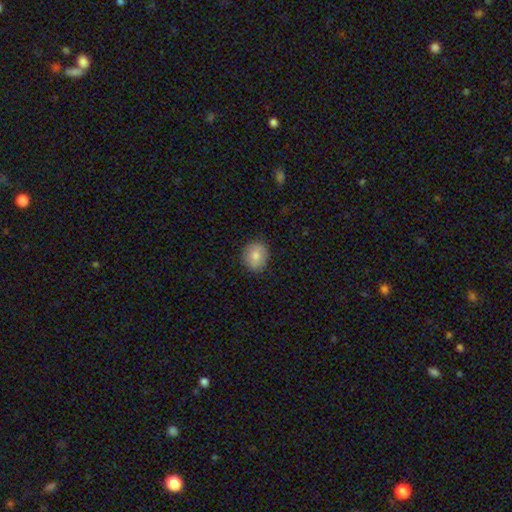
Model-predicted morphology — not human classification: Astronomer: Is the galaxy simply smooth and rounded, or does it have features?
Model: smooth — 82%.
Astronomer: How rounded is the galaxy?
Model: round — 71%.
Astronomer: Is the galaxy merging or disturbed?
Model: none — 87%.